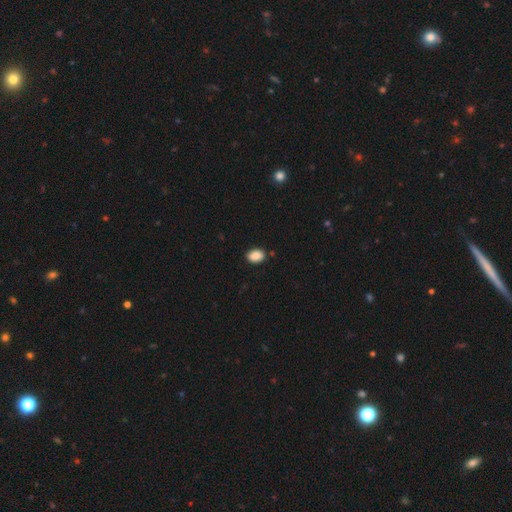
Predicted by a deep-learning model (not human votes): Smooth or featured? smooth (89%)
How rounded? in between (81%)
Merging? none (86%)